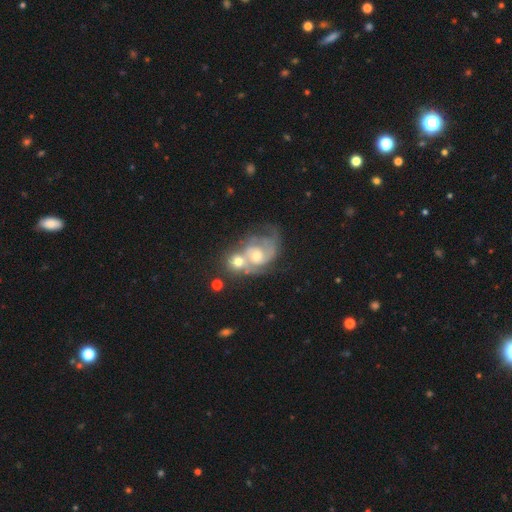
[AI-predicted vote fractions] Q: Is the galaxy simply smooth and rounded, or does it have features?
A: featured or disk — 77%.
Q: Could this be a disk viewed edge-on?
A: no — 97%.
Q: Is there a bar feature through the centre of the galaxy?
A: no — 63%.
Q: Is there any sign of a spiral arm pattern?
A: yes — 89%.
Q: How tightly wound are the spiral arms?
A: medium — 44%.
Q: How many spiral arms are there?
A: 2 — 58%.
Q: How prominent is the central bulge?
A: moderate — 57%.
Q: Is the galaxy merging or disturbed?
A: merger — 51%.